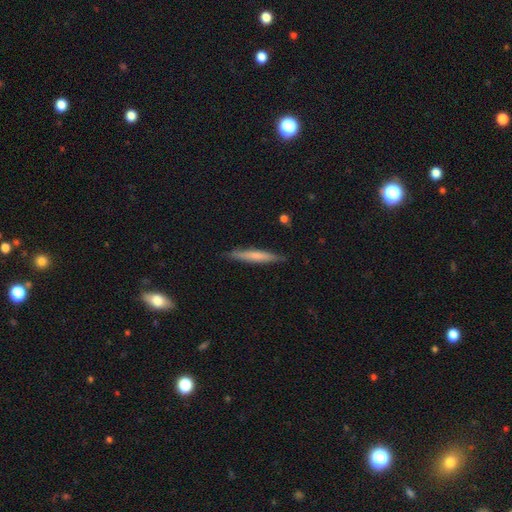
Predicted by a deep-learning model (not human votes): Overall: smooth (60%; featured or disk 34%). How rounded: cigar-shaped (94%). Merging: none (87%).